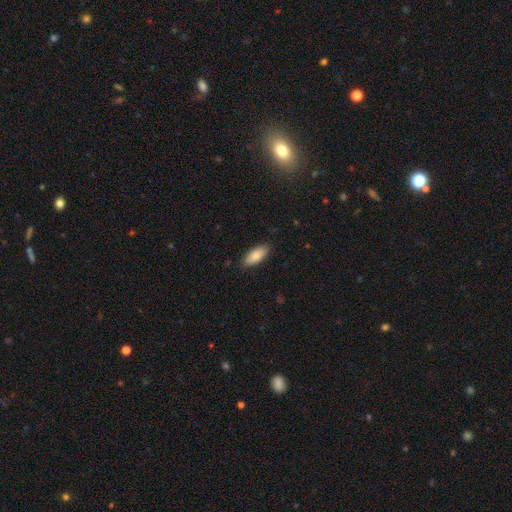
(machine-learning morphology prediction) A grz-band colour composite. It shows a smooth galaxy with no disk features (84%) that is in between round and cigar-shaped (85%). Merging: none (87%).